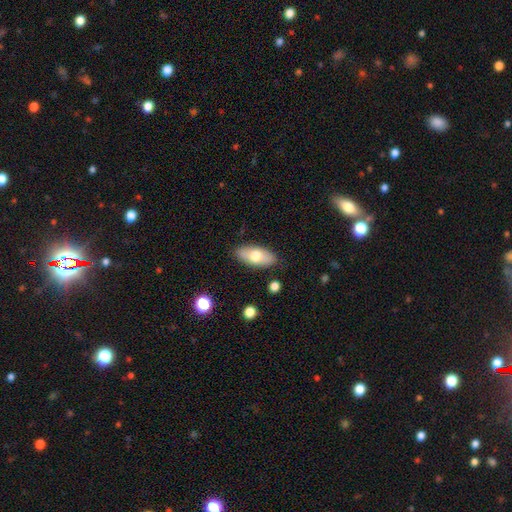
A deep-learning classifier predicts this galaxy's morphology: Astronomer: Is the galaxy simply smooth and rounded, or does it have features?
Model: smooth — 70%.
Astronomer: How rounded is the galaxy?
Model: in between — 87%.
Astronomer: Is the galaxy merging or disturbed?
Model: none — 86%.